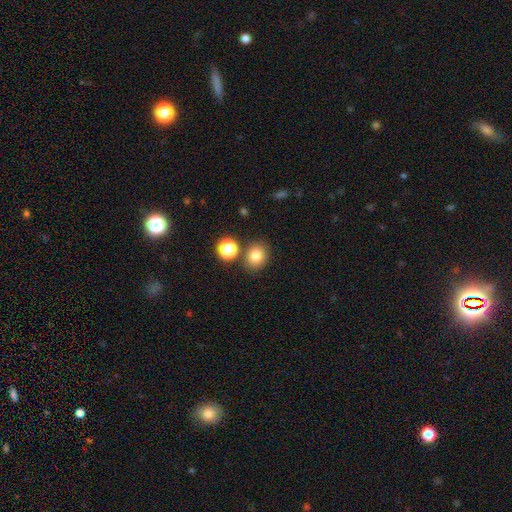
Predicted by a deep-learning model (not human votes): Q: Smooth or featured?
A: smooth (80%); runner-up: star or artifact (13%)
Q: How rounded?
A: round (71%); runner-up: in between (28%)
Q: Merging?
A: none (80%); runner-up: minor disturbance (9%)